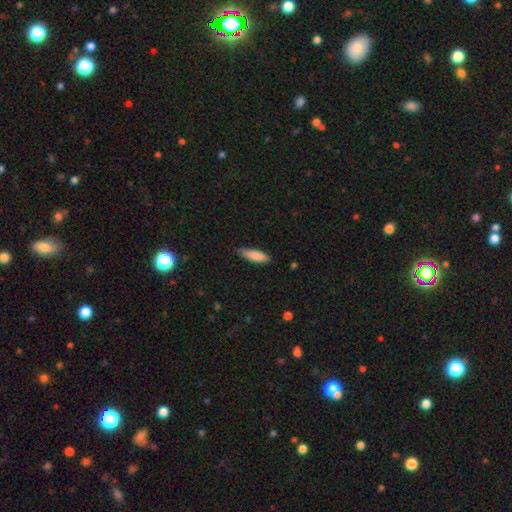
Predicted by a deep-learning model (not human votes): smooth_or_featured: smooth (p=0.86) [alt: featured or disk p=0.09]
how_rounded: in between (p=0.52) [alt: cigar-shaped p=0.47]
merging: none (p=0.77) [alt: minor disturbance p=0.19]